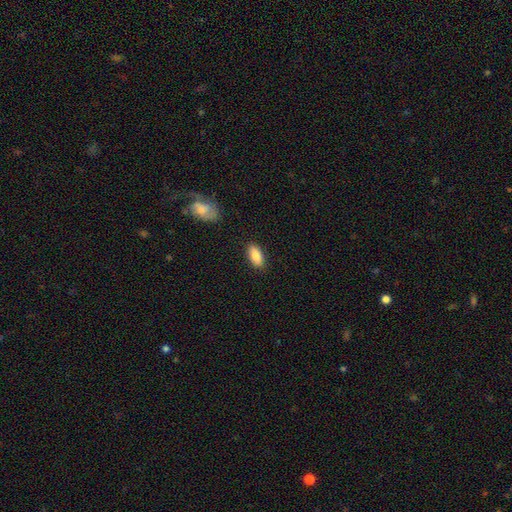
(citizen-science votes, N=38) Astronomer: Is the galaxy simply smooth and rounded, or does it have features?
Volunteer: smooth — 87%.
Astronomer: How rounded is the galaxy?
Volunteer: in between — 79%.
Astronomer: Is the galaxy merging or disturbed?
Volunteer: none — 78%.